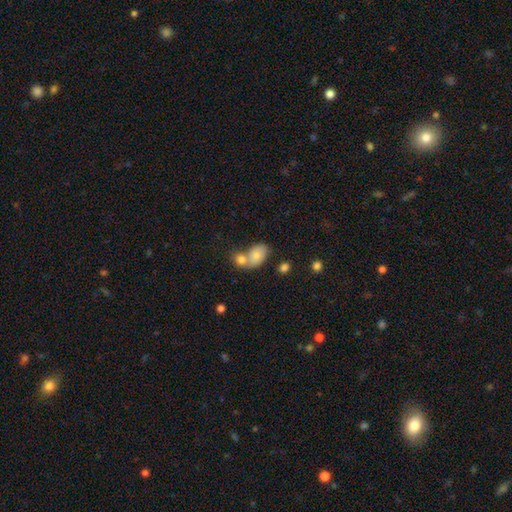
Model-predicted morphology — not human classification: This is likely a smooth galaxy (78%). How rounded: clearly in between (85%). Merging: possibly merger (54%).